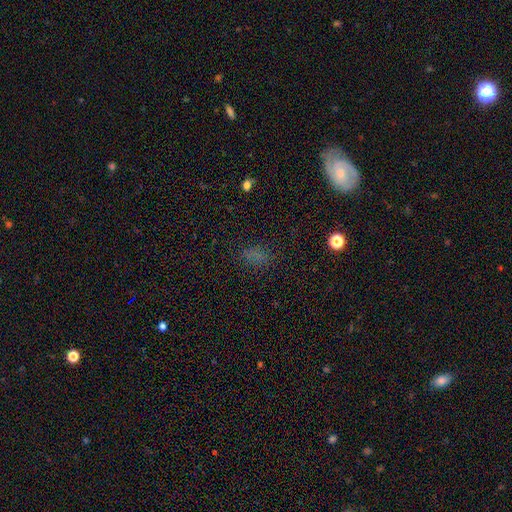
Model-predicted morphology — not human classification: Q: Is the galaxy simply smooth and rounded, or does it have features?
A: smooth — 63%.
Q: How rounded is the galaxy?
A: in between — 74%.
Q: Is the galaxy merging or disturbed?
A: none — 74%.